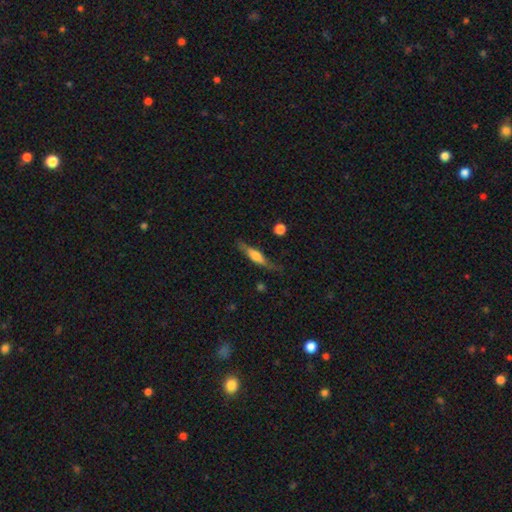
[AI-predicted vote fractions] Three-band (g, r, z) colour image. It shows a smooth galaxy with no disk features (47%). Merging: none (72%).